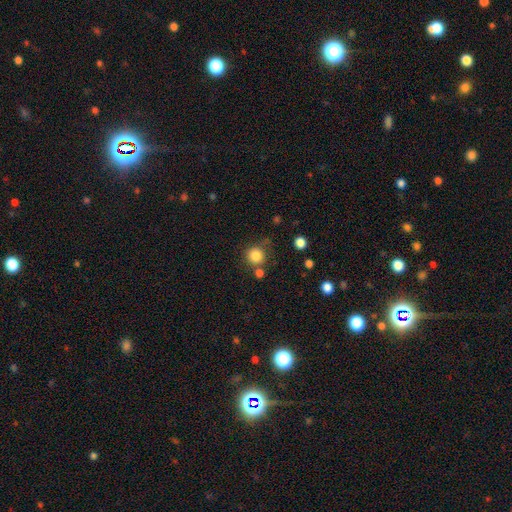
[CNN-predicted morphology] type=smooth (83%); roundness=round (92%); merging=none (71%).